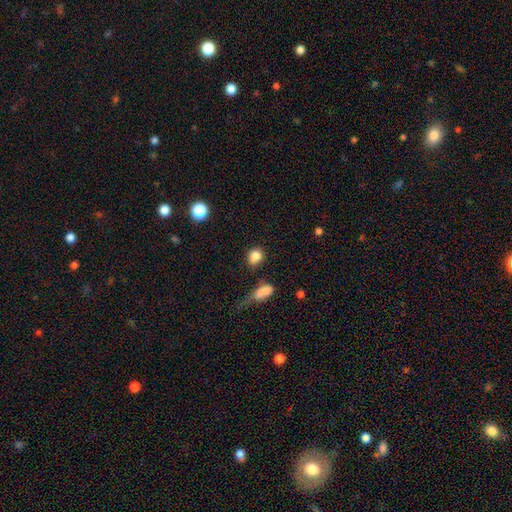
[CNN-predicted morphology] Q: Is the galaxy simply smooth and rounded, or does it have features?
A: smooth — 83%.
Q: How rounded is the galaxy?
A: round — 64%.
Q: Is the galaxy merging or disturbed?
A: none — 64%.